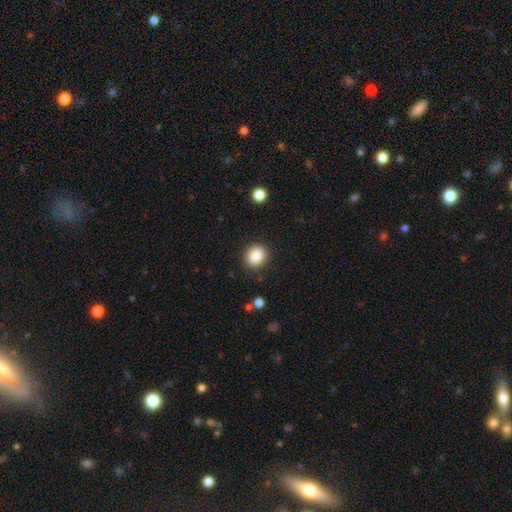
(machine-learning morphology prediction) smooth 86%, star or artifact 9%, featured or disk 5%. Down the decision tree: how rounded — round (78%); merging — none (89%).